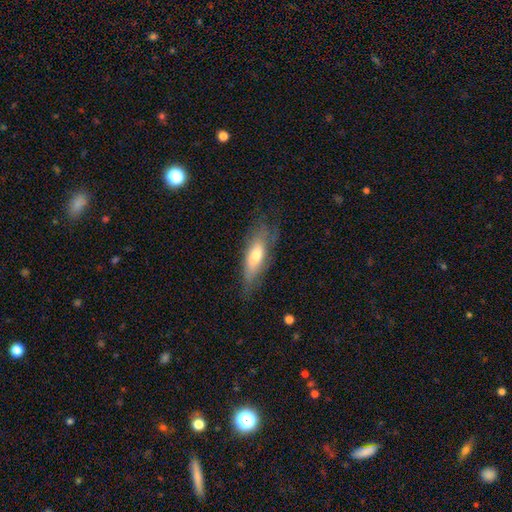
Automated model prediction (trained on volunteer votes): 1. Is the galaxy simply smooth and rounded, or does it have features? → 56% smooth, 37% featured or disk, 7% star or artifact.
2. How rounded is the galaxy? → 54% in between, 44% cigar-shaped, 2% round.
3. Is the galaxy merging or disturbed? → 62% none, 25% minor disturbance, 11% major disturbance, 2% merger.